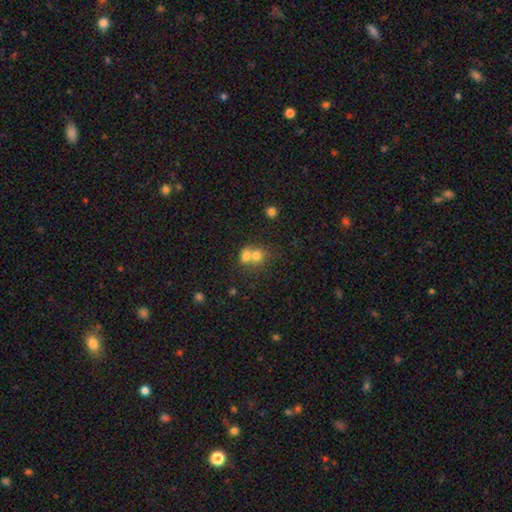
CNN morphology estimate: Smooth or featured? Predicted: smooth (p=0.70). How rounded? Predicted: round (p=0.66). Merging? Predicted: merger (p=0.67).